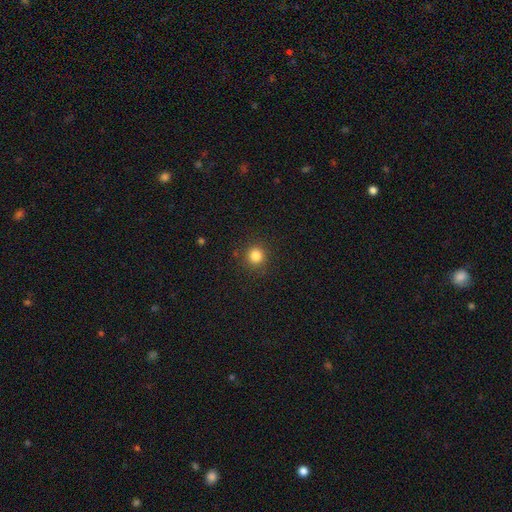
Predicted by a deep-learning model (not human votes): smooth 83%, star or artifact 12%, featured or disk 5%. Down the decision tree: how rounded — round (93%); merging — none (90%).